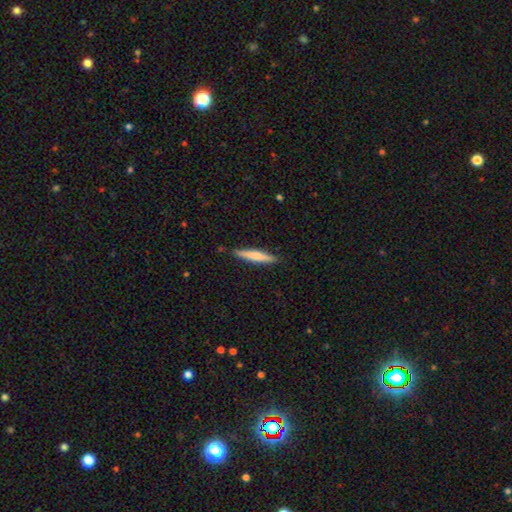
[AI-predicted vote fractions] The model was most divided on "smooth or featured": smooth: 63%, featured or disk: 32%, star or artifact: 5%. More confident: how rounded — cigar-shaped (91%); merging — none (88%).